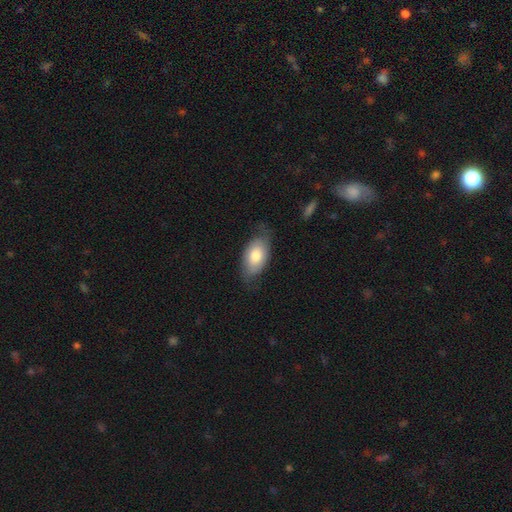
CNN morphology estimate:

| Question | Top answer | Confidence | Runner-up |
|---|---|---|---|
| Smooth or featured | smooth | 64% | featured or disk (30%) |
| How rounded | in between | 92% | round (5%) |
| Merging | none | 62% | minor disturbance (28%) |